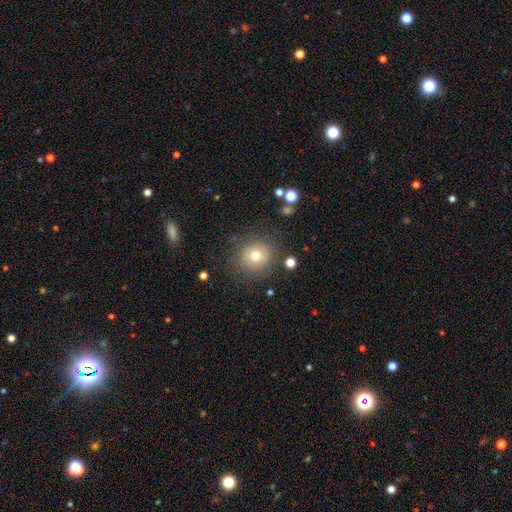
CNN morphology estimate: Smooth or featured? smooth (73%)
How rounded? round (88%)
Merging? none (83%)